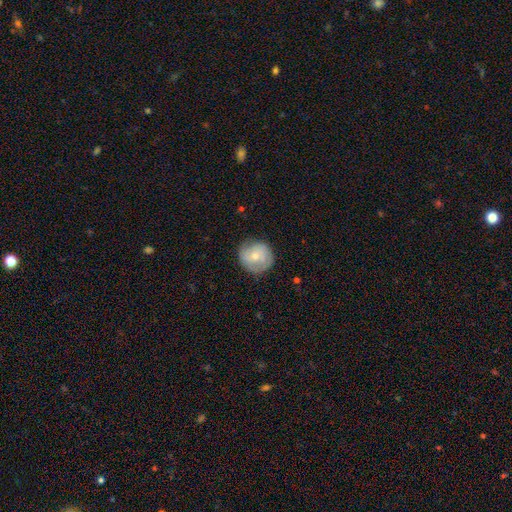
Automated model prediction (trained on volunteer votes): This appears to be a smooth galaxy with no disk features (52%) that is round (89%). Merging: none (75%).